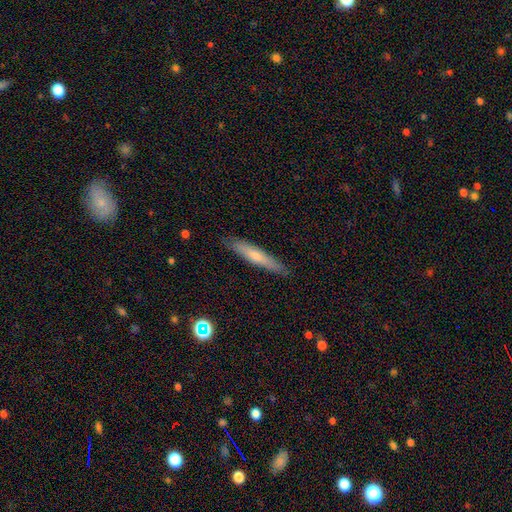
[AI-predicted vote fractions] This is possibly a smooth galaxy (55%). How rounded: clearly cigar-shaped (90%). Merging: clearly none (87%).